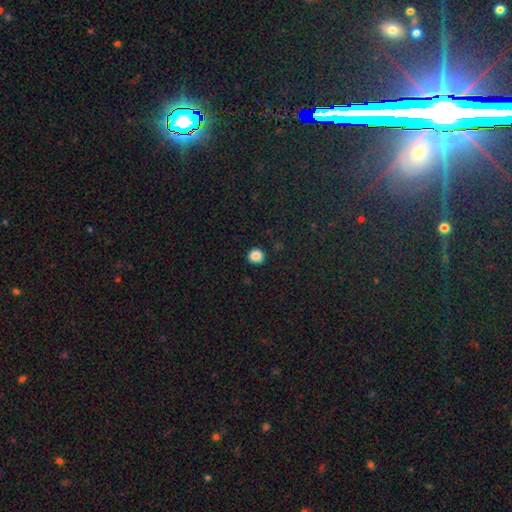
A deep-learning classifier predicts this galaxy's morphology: A smooth galaxy with no disk features (86%) that is round (93%). Merging: none (91%).